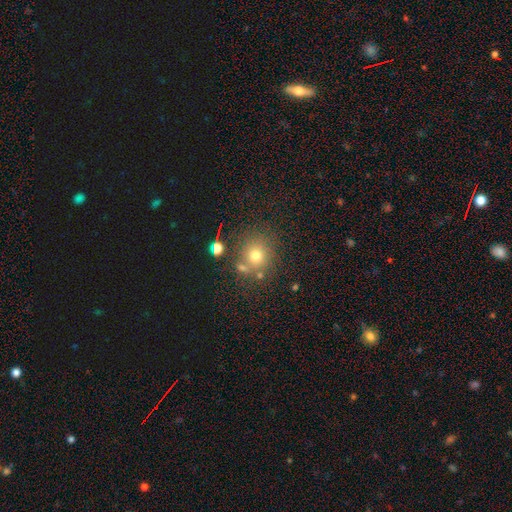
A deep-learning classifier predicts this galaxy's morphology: Smooth or featured?
  - smooth: 70% *
  - star or artifact: 19%
  - featured or disk: 12%
How rounded?
  - round: 86% *
  - in between: 13%
  - cigar-shaped: 1%
Merging?
  - none: 68% *
  - merger: 15%
  - minor disturbance: 12%
  - major disturbance: 5%